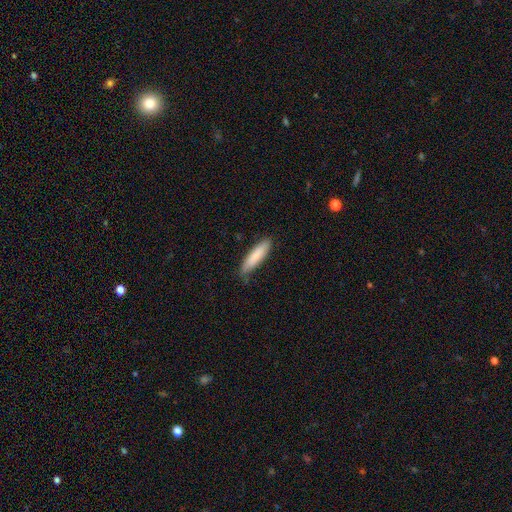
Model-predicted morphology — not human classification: This is clearly a smooth galaxy (85%). How rounded: likely cigar-shaped (74%). Merging: likely none (78%).